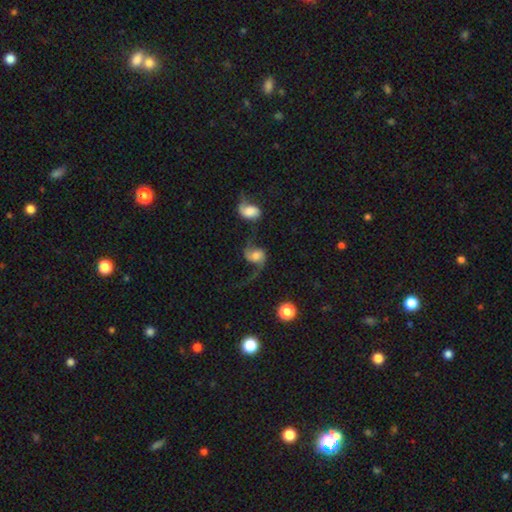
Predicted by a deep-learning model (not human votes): Q: Smooth or featured?
A: featured or disk (76%); runner-up: smooth (16%)
Q: Edge-on disk?
A: no (97%); runner-up: yes (3%)
Q: Bar?
A: no (58%); runner-up: weak (33%)
Q: Spiral arms?
A: yes (93%); runner-up: no (7%)
Q: Spiral winding?
A: loose (76%); runner-up: medium (20%)
Q: Spiral arm count?
A: 2 (82%); runner-up: 1 (13%)
Q: Bulge size?
A: moderate (52%); runner-up: large (20%)
Q: Merging?
A: none (41%); runner-up: major disturbance (24%)